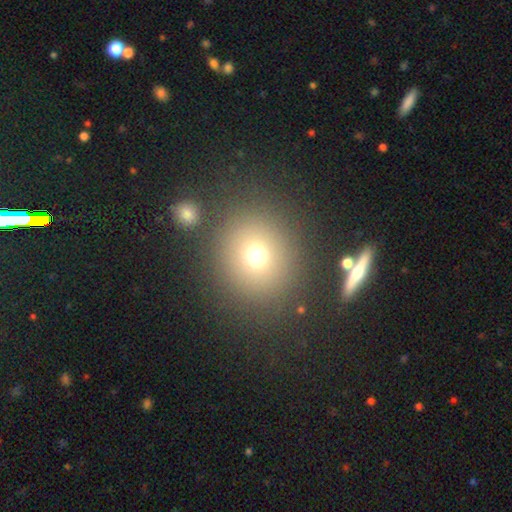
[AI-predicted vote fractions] The model was most divided on "smooth or featured": smooth: 70%, star or artifact: 18%, featured or disk: 12%. More confident: how rounded — round (86%); merging — none (83%).